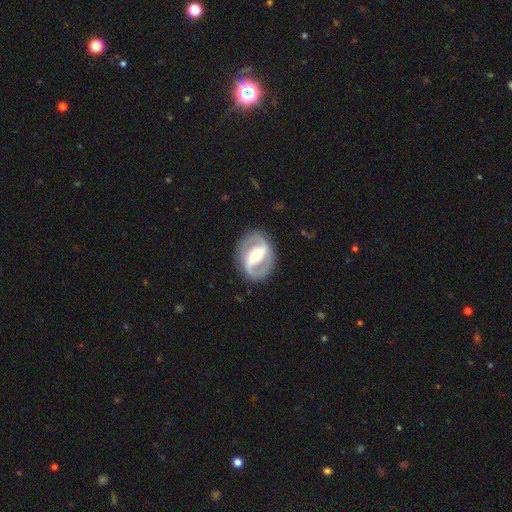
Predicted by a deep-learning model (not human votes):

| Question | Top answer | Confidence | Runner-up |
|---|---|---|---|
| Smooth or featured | featured or disk | 85% | smooth (11%) |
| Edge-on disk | no | 97% | yes (3%) |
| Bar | strong | 58% | weak (29%) |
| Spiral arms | yes | 88% | no (12%) |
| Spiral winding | medium | 50% | tight (28%) |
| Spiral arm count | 2 | 91% | can't tell (4%) |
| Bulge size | moderate | 63% | small (24%) |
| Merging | none | 85% | minor disturbance (9%) |